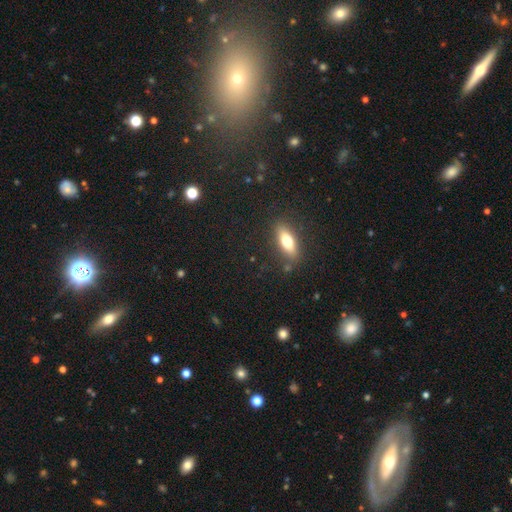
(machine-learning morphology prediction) This appears to be a smooth galaxy with no disk features (46%). Merging: none (75%).